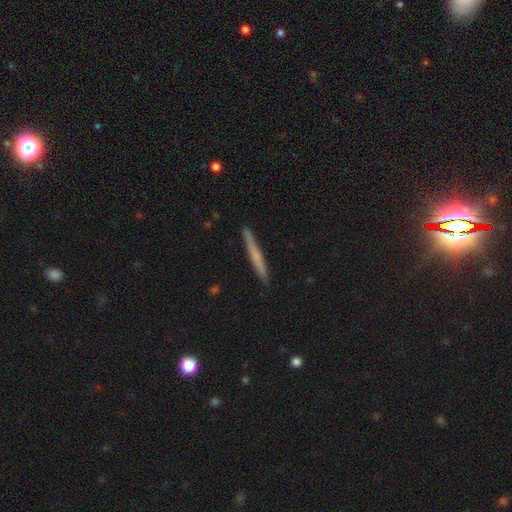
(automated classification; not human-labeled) smooth_or_featured: smooth (p=0.54) [alt: featured or disk p=0.40]
how_rounded: cigar-shaped (p=0.97) [alt: in between p=0.02]
merging: none (p=0.90) [alt: minor disturbance p=0.07]